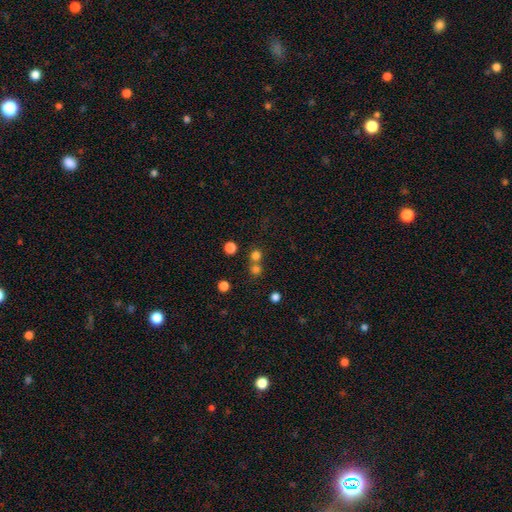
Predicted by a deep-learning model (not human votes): This appears to be a smooth galaxy with no disk features (73%) that is round (89%). Merging: none (57%).